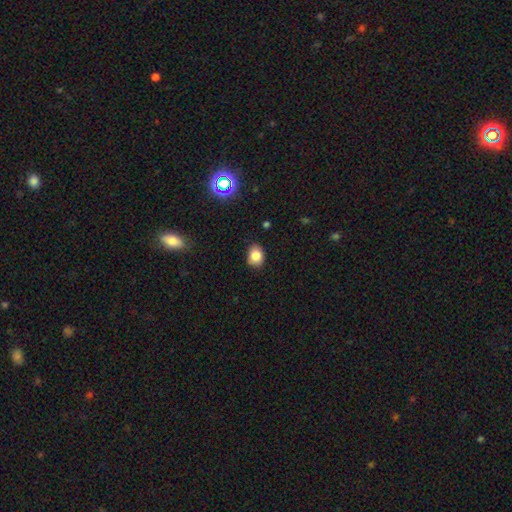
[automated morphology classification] smooth-or-featured: smooth: 82% | star or artifact: 11% | featured or disk: 7%
  how-rounded: in between: 57% | round: 42% | cigar-shaped: 1%
  merging: none: 81% | minor disturbance: 15% | major disturbance: 2% | merger: 1%